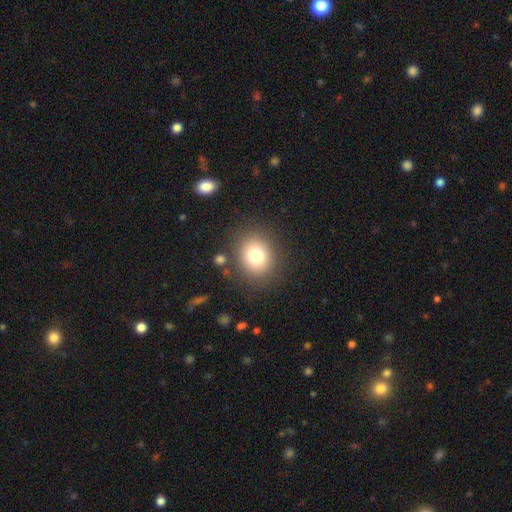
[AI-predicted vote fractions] smooth 77%, star or artifact 12%, featured or disk 10%. Down the decision tree: how rounded — round (72%); merging — none (84%).